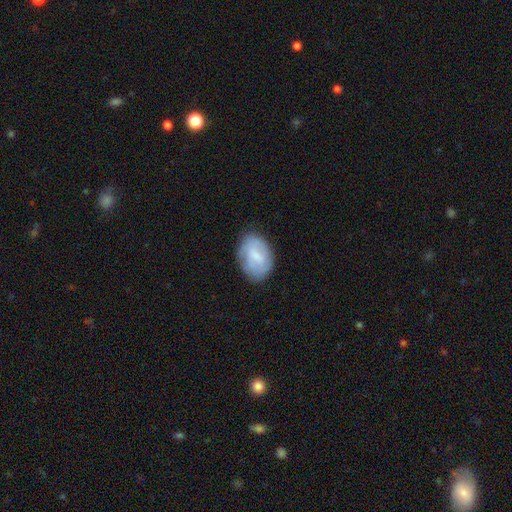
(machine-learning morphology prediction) Smooth or featured?
  - smooth: 60% *
  - featured or disk: 33%
  - star or artifact: 7%
How rounded?
  - in between: 85% *
  - round: 14%
  - cigar-shaped: 1%
Merging?
  - none: 74% *
  - minor disturbance: 19%
  - major disturbance: 5%
  - merger: 1%